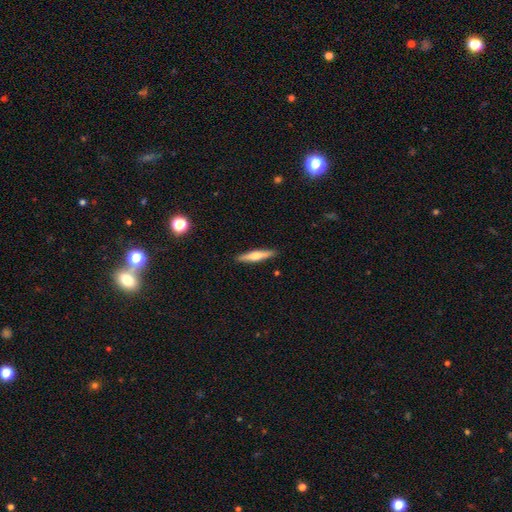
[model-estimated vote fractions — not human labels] Smooth or featured: smooth — 50% (featured or disk — 44%)
How rounded: cigar-shaped — 87% (in between — 11%)
Merging: none — 91% (minor disturbance — 7%)